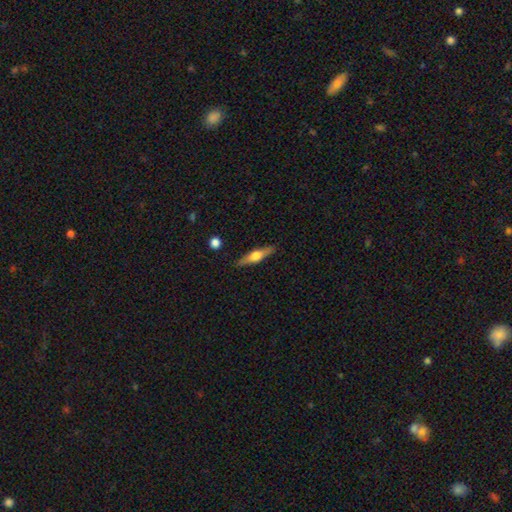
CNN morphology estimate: A featured or disk galaxy (56%) viewed edge-on (94%) with a rounded central bulge (90%). Merging: none (87%).